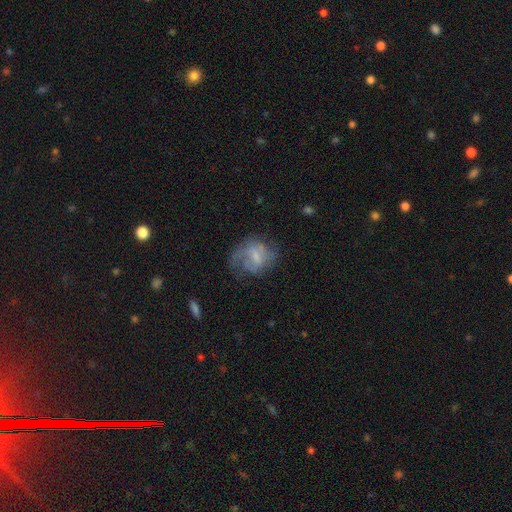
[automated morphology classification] Smooth or featured? Predicted: featured or disk (p=0.57). Edge-on disk? Predicted: no (p=0.97). Bar? Predicted: weak (p=0.52). Spiral arms? Predicted: yes (p=0.70). Bulge size? Predicted: small (p=0.37). Merging? Predicted: none (p=0.42).